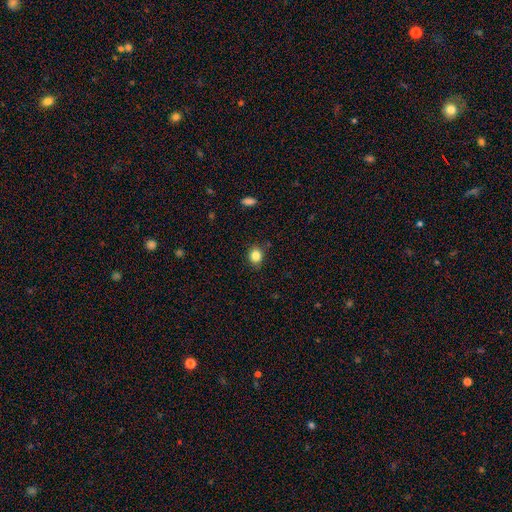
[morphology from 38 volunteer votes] smooth-or-featured: smooth: 84% | featured or disk: 8% | star or artifact: 8%
  how-rounded: round: 75% | in between: 25% | cigar-shaped: 0%
  merging: none: 94% | minor disturbance: 6% | major disturbance: 0% | merger: 0%